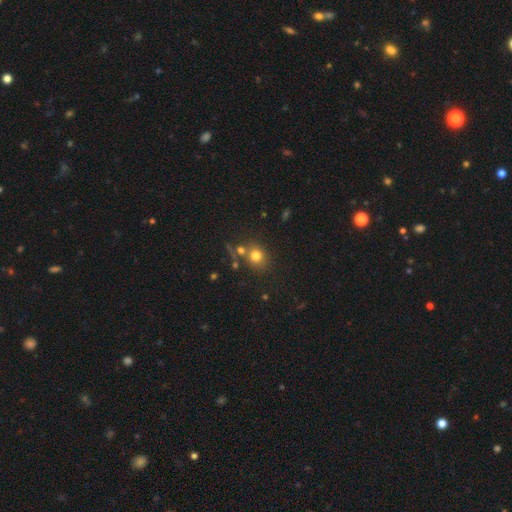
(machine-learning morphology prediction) A smooth galaxy with no disk features (77%) that is round (78%).

Vote fractions:
- Smooth or featured? smooth: 77% / star or artifact: 14% / featured or disk: 9%
- How rounded? round: 78% / in between: 21% / cigar-shaped: 1%
- Merging? none: 63% / merger: 21% / minor disturbance: 11% / major disturbance: 5%